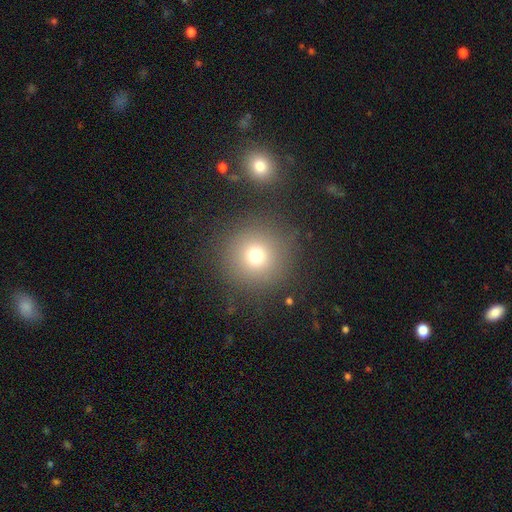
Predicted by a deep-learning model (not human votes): Q: Smooth or featured?
A: smooth (73%); runner-up: star or artifact (16%)
Q: How rounded?
A: round (95%); runner-up: in between (4%)
Q: Merging?
A: none (85%); runner-up: minor disturbance (7%)